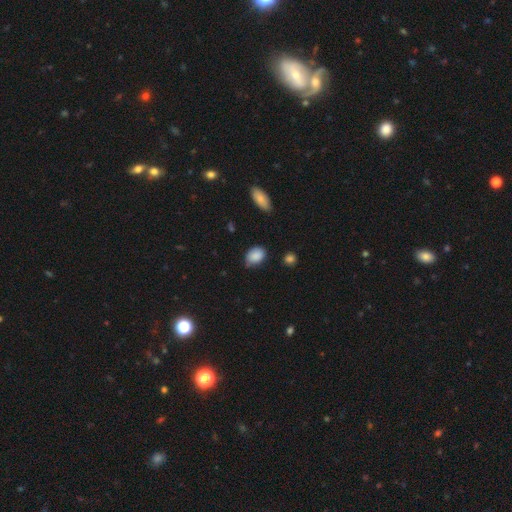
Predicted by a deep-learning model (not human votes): A smooth galaxy with no disk features (87%) that is in between round and cigar-shaped (77%).

Vote fractions:
- Smooth or featured? smooth: 87% / star or artifact: 8% / featured or disk: 5%
- How rounded? in between: 77% / round: 22% / cigar-shaped: 1%
- Merging? none: 64% / minor disturbance: 29% / major disturbance: 5% / merger: 2%